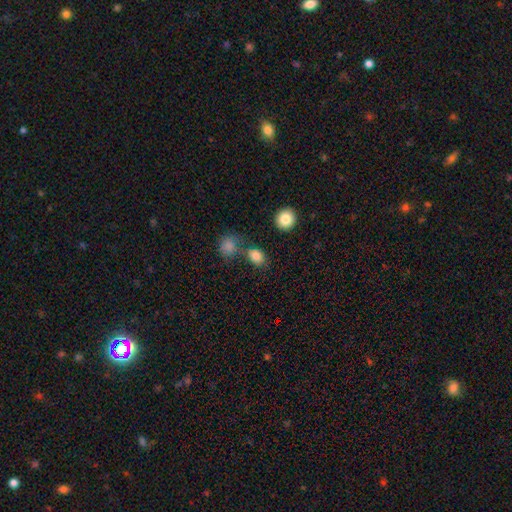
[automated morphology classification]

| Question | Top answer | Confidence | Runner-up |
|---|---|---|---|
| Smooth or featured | smooth | 84% | star or artifact (11%) |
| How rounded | in between | 58% | round (40%) |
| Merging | none | 71% | merger (13%) |